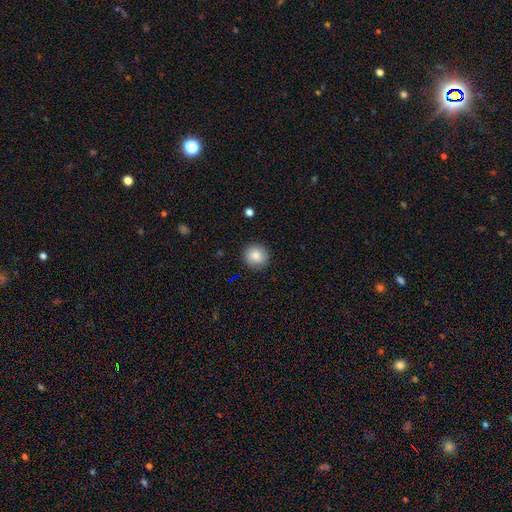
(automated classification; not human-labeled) A smooth galaxy with no disk features (82%) that is round (89%).

Vote fractions:
- Smooth or featured? smooth: 82% / featured or disk: 9% / star or artifact: 9%
- How rounded? round: 89% / in between: 10% / cigar-shaped: 1%
- Merging? none: 89% / minor disturbance: 8% / major disturbance: 2% / merger: 1%